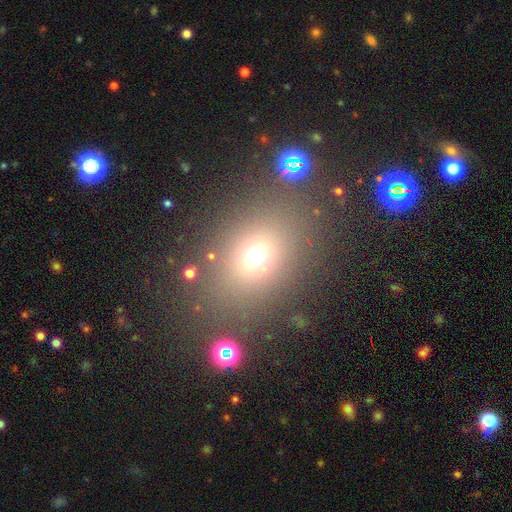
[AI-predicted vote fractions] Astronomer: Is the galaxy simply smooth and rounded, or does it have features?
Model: smooth — 68%.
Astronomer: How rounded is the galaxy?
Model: in between — 51% (runner-up: round, 48%).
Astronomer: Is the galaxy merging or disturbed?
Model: none — 77%.